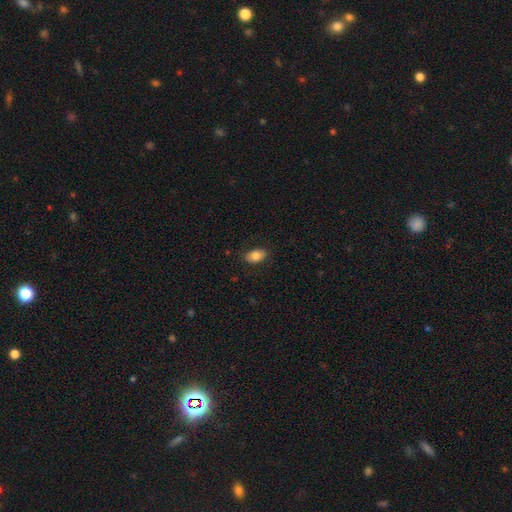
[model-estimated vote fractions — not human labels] smooth-or-featured: smooth: 79% | featured or disk: 13% | star or artifact: 8%
  how-rounded: in between: 88% | round: 10% | cigar-shaped: 2%
  merging: none: 85% | minor disturbance: 11% | major disturbance: 3% | merger: 1%